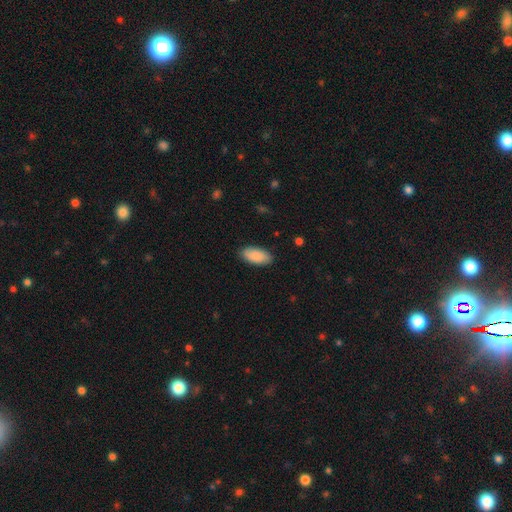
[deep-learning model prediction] smooth_or_featured: smooth (p=0.88) [alt: featured or disk p=0.06]
how_rounded: in between (p=0.93) [alt: cigar-shaped p=0.05]
merging: none (p=0.87) [alt: minor disturbance p=0.10]